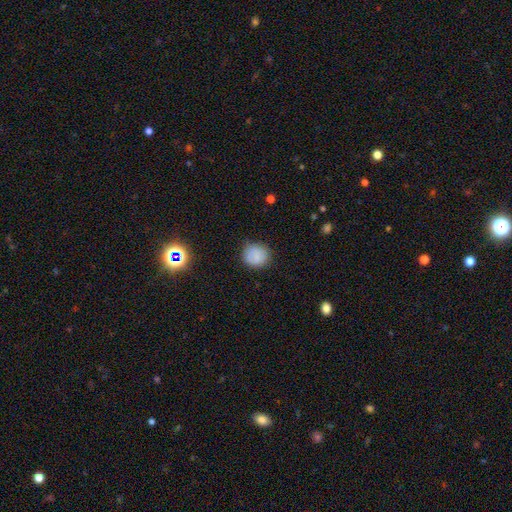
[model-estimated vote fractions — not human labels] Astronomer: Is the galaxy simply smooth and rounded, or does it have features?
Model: smooth — 82%.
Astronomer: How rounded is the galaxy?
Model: round — 83%.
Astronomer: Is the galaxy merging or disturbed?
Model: none — 80%.